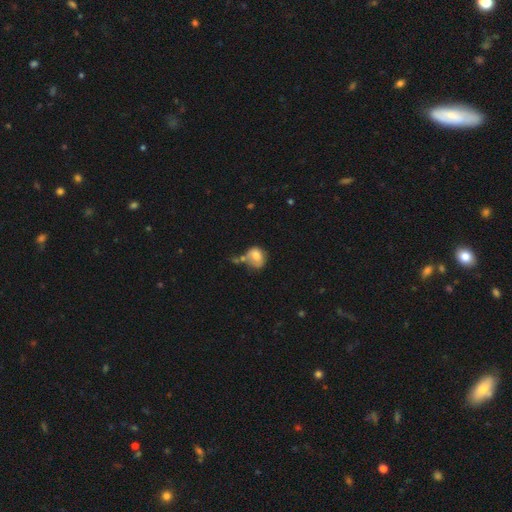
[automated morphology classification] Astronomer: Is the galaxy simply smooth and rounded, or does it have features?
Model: smooth — 72%.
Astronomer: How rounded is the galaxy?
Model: in between — 53% (runner-up: round, 46%).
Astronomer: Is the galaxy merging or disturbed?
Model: none — 30% (runner-up: merger, 26%).